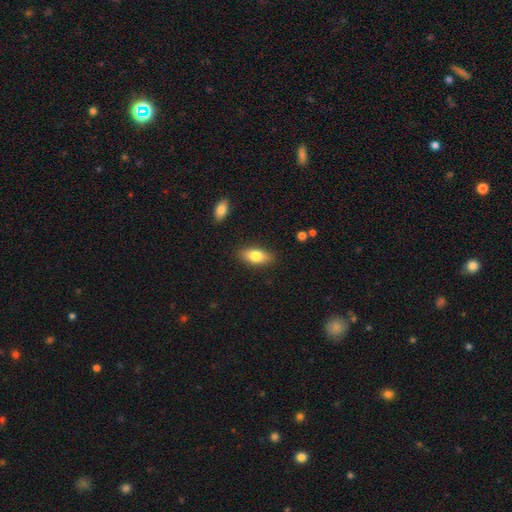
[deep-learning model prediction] smooth_or_featured: smooth (p=0.77) [alt: featured or disk p=0.16]
how_rounded: in between (p=0.82) [alt: cigar-shaped p=0.15]
merging: none (p=0.86) [alt: minor disturbance p=0.10]